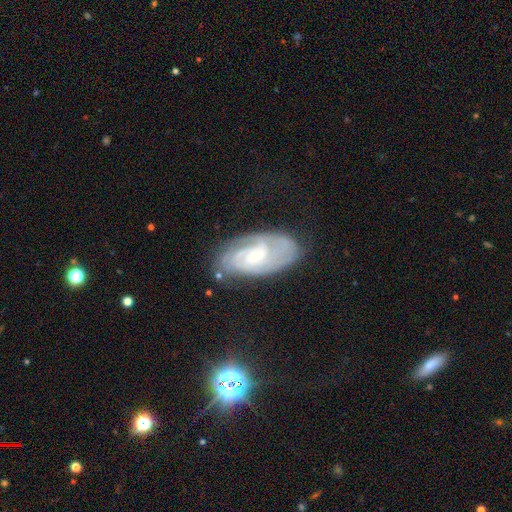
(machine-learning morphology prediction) This is clearly a featured or disk galaxy (83%). It is clearly not viewed edge-on (95%). Bar: possibly no (47%). Spiral arm pattern: clearly yes (96%). Spiral arm count: marginally 2 (33%). Spiral winding: likely tight (65%). Central bulge: likely small (72%). Merging: likely none (74%).